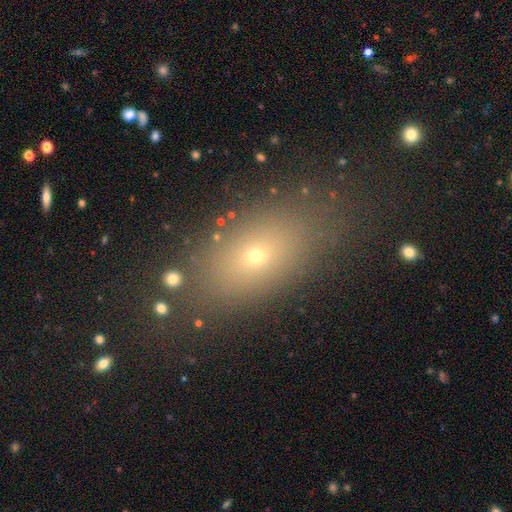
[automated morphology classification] The model was most divided on "smooth or featured": smooth: 62%, star or artifact: 21%, featured or disk: 17%. More confident: merging — none (83%); how rounded — in between (75%).